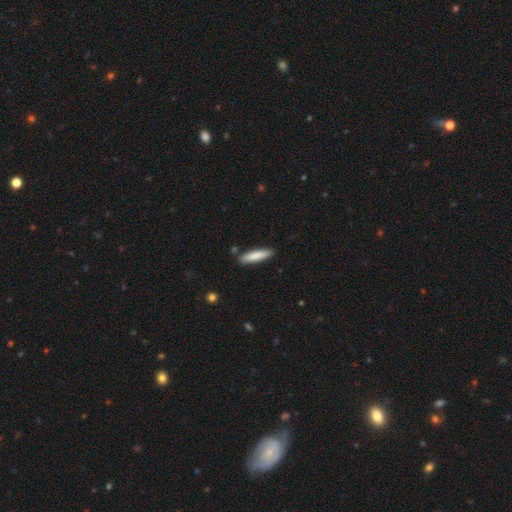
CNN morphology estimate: smooth 82%, featured or disk 12%, star or artifact 5%. Down the decision tree: how rounded — cigar-shaped (81%); merging — none (86%).